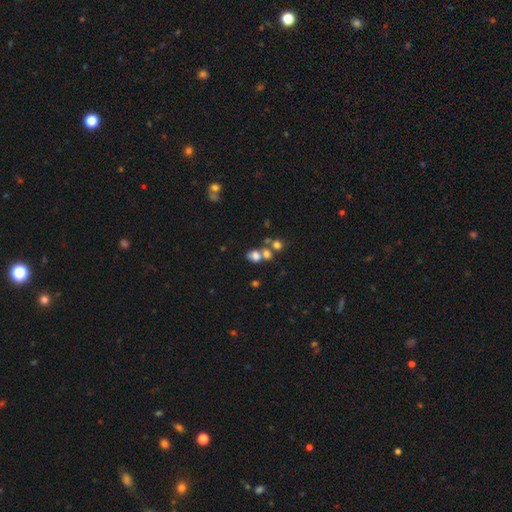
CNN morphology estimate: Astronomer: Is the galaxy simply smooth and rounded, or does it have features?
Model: smooth — 69%.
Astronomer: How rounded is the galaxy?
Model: in between — 55% (runner-up: round, 44%).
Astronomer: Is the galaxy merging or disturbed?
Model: merger — 47% (runner-up: none, 35%).